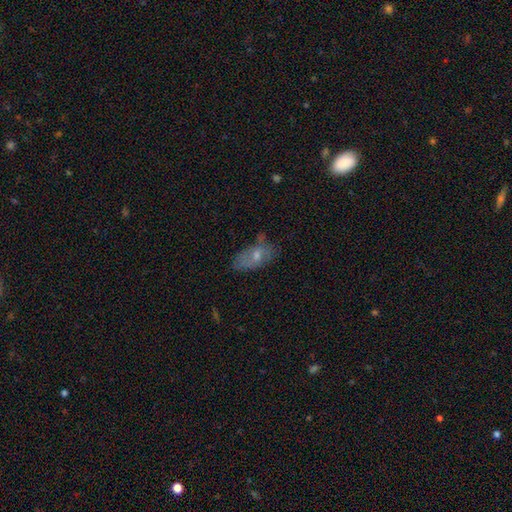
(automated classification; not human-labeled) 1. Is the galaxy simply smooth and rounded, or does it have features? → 58% smooth, 33% featured or disk, 10% star or artifact.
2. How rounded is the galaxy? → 88% in between, 7% cigar-shaped, 5% round.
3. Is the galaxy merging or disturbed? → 45% none, 32% minor disturbance, 17% major disturbance, 6% merger.